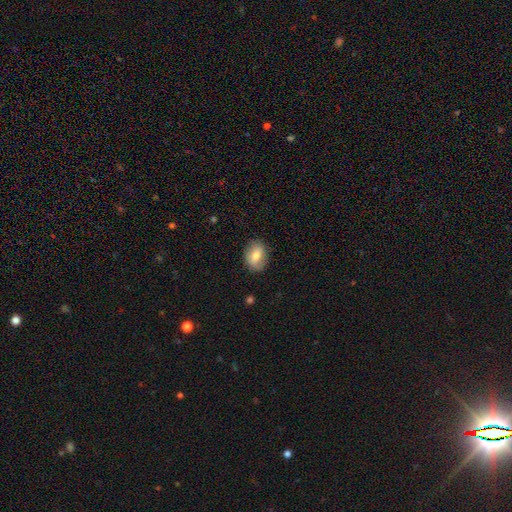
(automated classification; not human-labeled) A smooth galaxy with no disk features (70%) that is in between round and cigar-shaped (72%).

Vote fractions:
- Smooth or featured? smooth: 70% / featured or disk: 22% / star or artifact: 7%
- How rounded? in between: 72% / round: 27% / cigar-shaped: 1%
- Merging? none: 81% / minor disturbance: 14% / major disturbance: 4% / merger: 1%